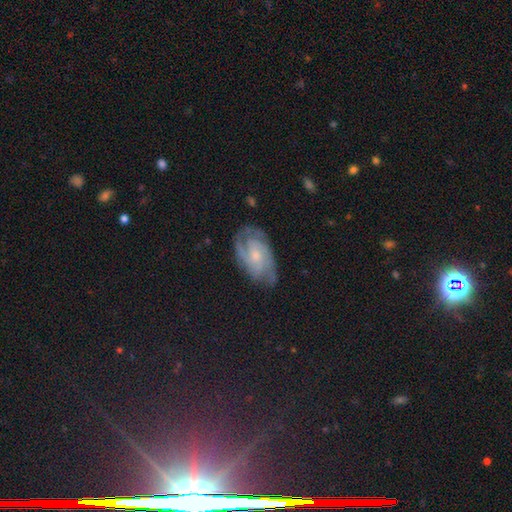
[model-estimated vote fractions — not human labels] A featured or disk galaxy (78%) with no bar (64%), 2 (45%) tight (53%) spiral arms (94%) and a small central bulge (57%). Merging: none (69%).